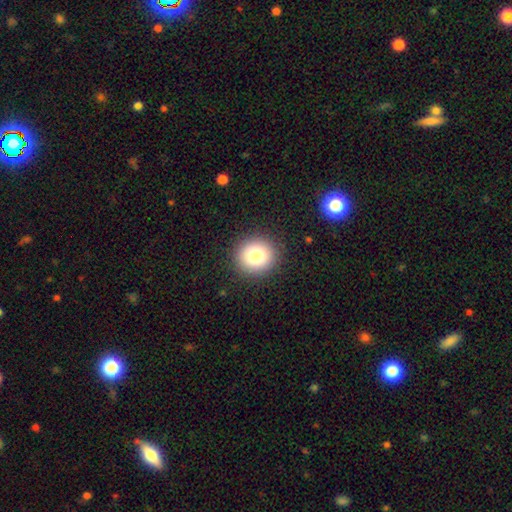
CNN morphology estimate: A smooth galaxy with no disk features (79%) that is round (86%).

Vote fractions:
- Smooth or featured? smooth: 79% / star or artifact: 12% / featured or disk: 9%
- How rounded? round: 86% / in between: 13% / cigar-shaped: 1%
- Merging? none: 90% / minor disturbance: 6% / major disturbance: 2% / merger: 1%